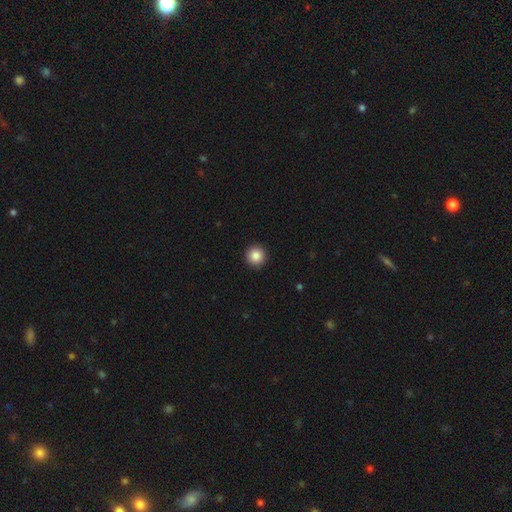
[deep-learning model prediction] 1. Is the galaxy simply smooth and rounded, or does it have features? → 86% smooth, 9% star or artifact, 5% featured or disk.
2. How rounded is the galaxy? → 96% round, 3% in between, 1% cigar-shaped.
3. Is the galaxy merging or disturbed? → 93% none, 4% minor disturbance, 1% major disturbance, 1% merger.